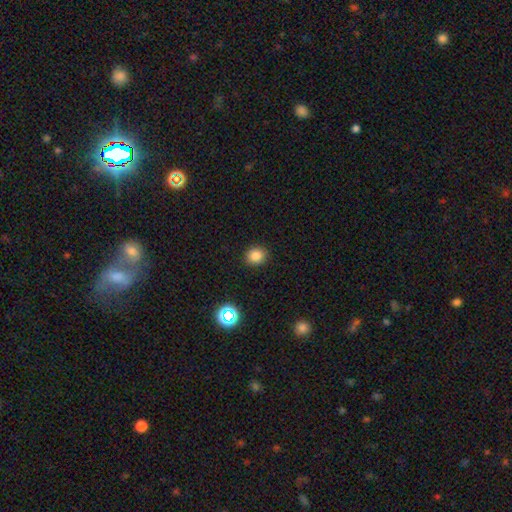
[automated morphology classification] Smooth or featured: smooth — 82% (star or artifact — 13%)
How rounded: round — 75% (in between — 24%)
Merging: none — 90% (minor disturbance — 7%)